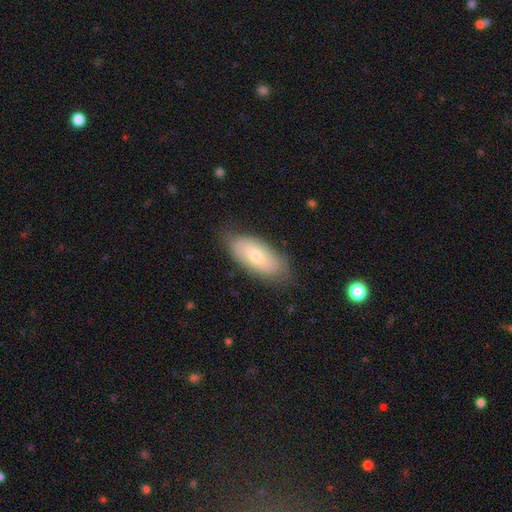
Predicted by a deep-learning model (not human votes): This appears to be a smooth galaxy with no disk features (63%) that is in between round and cigar-shaped (89%). Merging: none (78%).